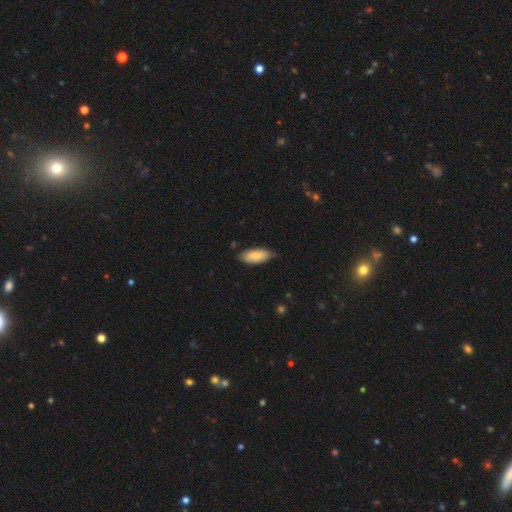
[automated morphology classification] smooth 78%, featured or disk 16%, star or artifact 6%. Down the decision tree: how rounded — in between (87%); merging — none (71%).